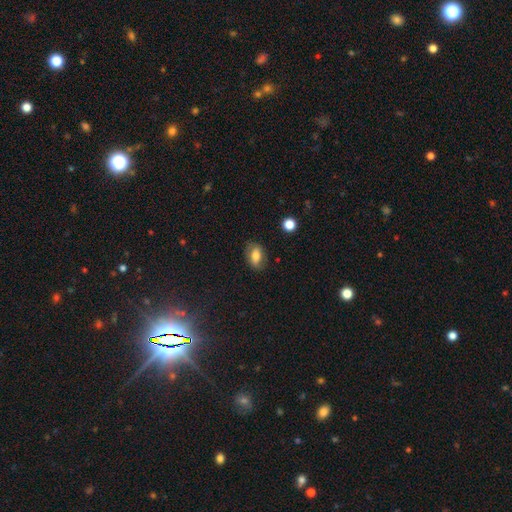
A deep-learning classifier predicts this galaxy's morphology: Smooth or featured? smooth (73%)
How rounded? in between (85%)
Merging? none (79%)